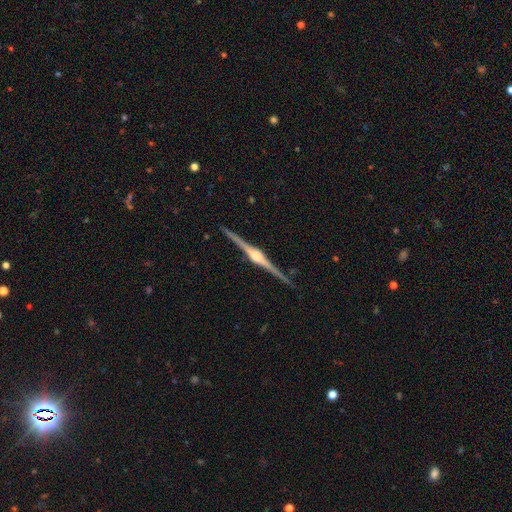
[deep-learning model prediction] Q: Smooth or featured?
A: featured or disk (91%); runner-up: smooth (5%)
Q: Edge-on disk?
A: yes (99%); runner-up: no (1%)
Q: Edge-on bulge?
A: rounded (88%); runner-up: boxy (9%)
Q: Merging?
A: none (92%); runner-up: minor disturbance (6%)